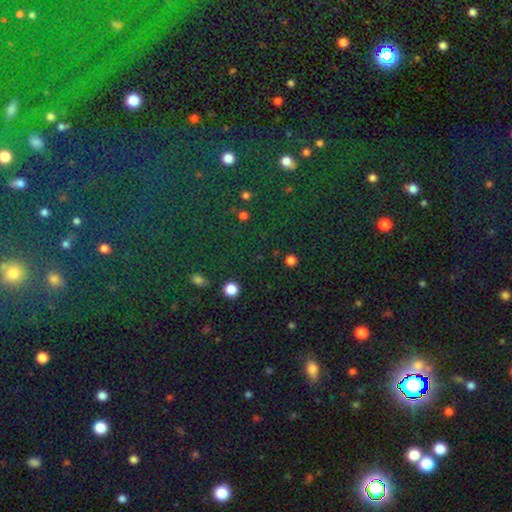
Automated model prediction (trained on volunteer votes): Morphology: type=star or artifact (74%).